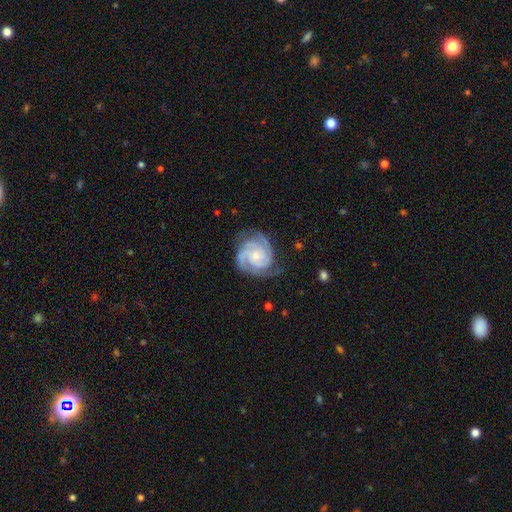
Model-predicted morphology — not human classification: Smooth or featured? featured or disk (89%)
Edge-on disk? no (98%)
Bar? no (71%)
Spiral arms? yes (98%)
Spiral winding? tight (65%)
Spiral arm count? 3 (45%)
Bulge size? small (61%)
Merging? none (70%)